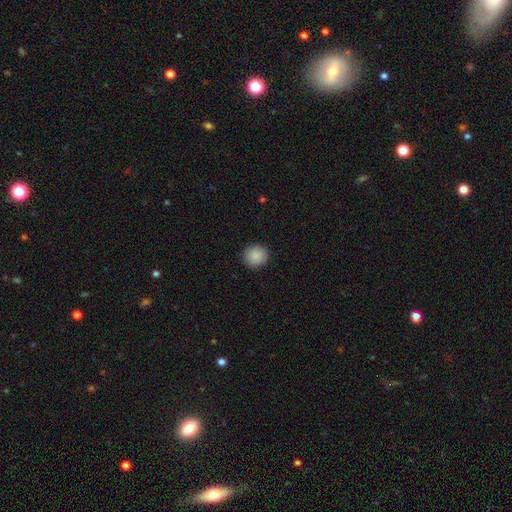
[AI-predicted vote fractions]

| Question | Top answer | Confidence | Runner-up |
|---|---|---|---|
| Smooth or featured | smooth | 89% | star or artifact (8%) |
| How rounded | round | 92% | in between (7%) |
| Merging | none | 92% | minor disturbance (6%) |